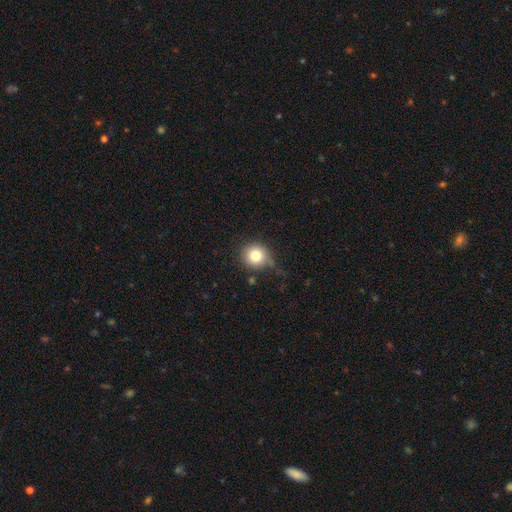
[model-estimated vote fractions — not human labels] Smooth or featured? smooth (79%)
How rounded? round (91%)
Merging? none (73%)